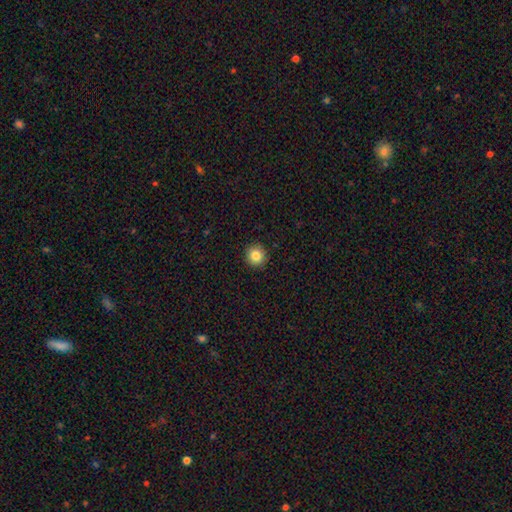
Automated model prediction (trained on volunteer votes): This appears to be a smooth galaxy with no disk features (85%) that is round (93%). Merging: none (92%).